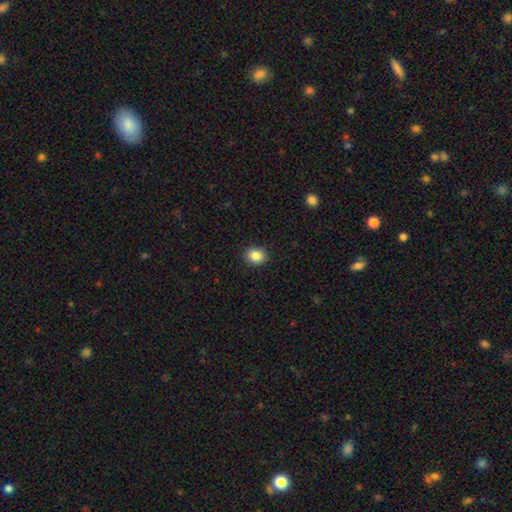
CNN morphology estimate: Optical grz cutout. It shows a smooth galaxy with no disk features (86%) that is round (69%). Merging: none (91%).